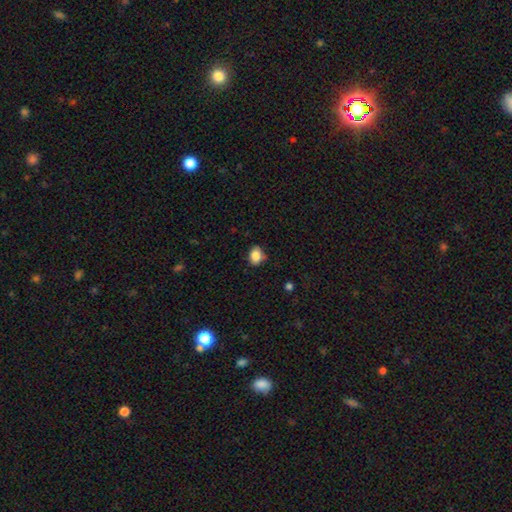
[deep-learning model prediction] Smooth or featured?
  - smooth: 85% *
  - star or artifact: 10%
  - featured or disk: 6%
How rounded?
  - in between: 57% *
  - round: 42%
  - cigar-shaped: 1%
Merging?
  - none: 74% *
  - minor disturbance: 19%
  - major disturbance: 3%
  - merger: 3%